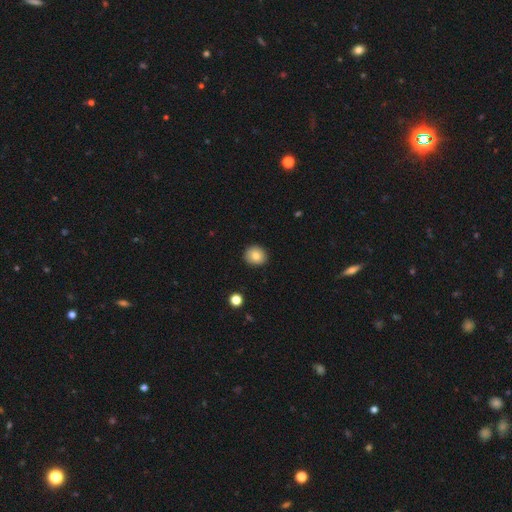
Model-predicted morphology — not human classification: Smooth or featured? Predicted: smooth (p=0.82). How rounded? Predicted: round (p=0.83). Merging? Predicted: none (p=0.89).